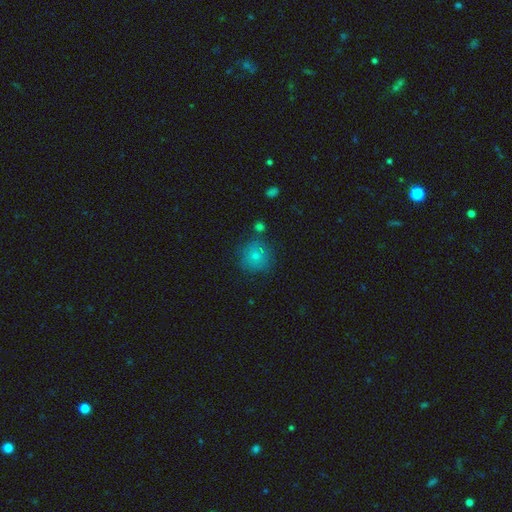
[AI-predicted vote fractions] Overall: smooth (76%). How rounded: round (91%). Merging: none (72%).